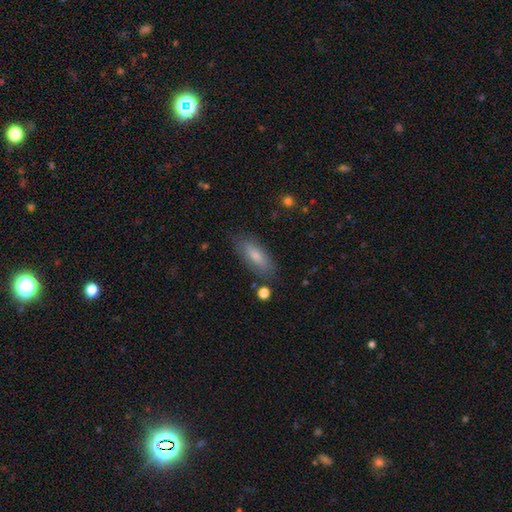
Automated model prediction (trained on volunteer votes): A smooth galaxy with no disk features (75%) that is in between round and cigar-shaped (71%). Merging: none (81%).